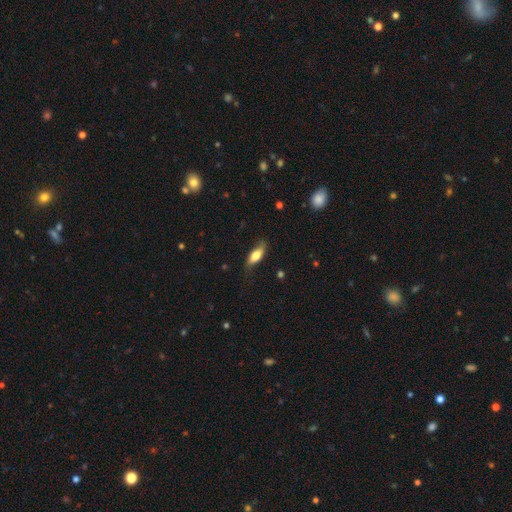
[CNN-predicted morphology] A smooth galaxy with no disk features (67%) that is in between round and cigar-shaped (71%). Merging: none (65%).